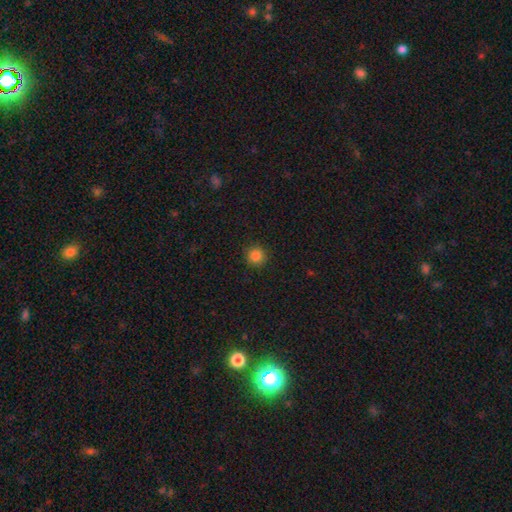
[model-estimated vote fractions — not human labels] A smooth galaxy with no disk features (84%) that is round (95%). Merging: none (92%).